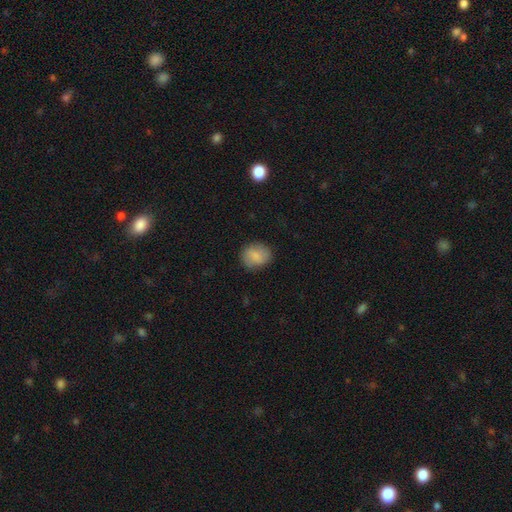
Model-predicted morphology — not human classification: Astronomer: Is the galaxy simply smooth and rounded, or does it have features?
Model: smooth — 85%.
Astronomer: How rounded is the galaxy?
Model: round — 64%.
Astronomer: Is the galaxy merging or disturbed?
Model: none — 83%.